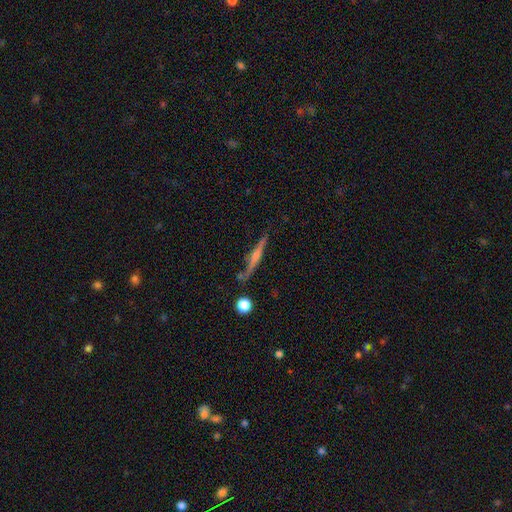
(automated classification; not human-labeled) Smooth or featured?
  - featured or disk: 71% *
  - smooth: 22%
  - star or artifact: 7%
Edge-on disk?
  - yes: 95% *
  - no: 5%
Edge-on bulge?
  - rounded: 76% *
  - none: 14%
  - boxy: 10%
Merging?
  - none: 74% *
  - minor disturbance: 15%
  - merger: 6%
  - major disturbance: 4%